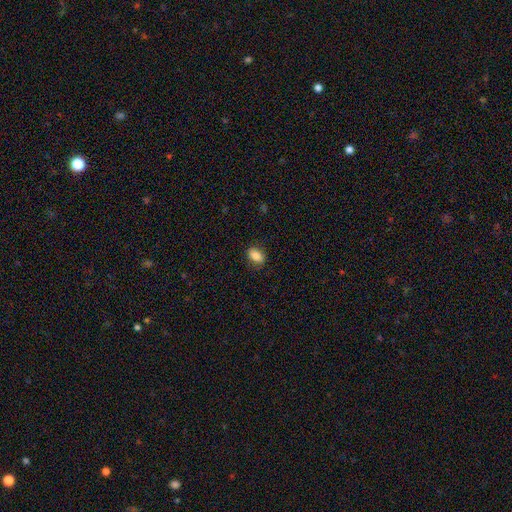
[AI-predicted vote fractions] A smooth galaxy with no disk features (84%) that is in between round and cigar-shaped (84%). Merging: none (83%).